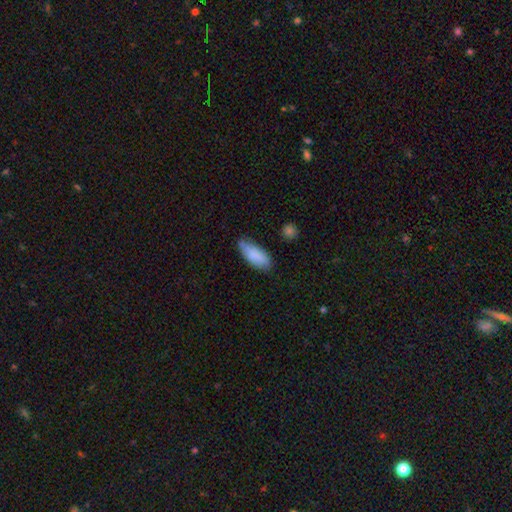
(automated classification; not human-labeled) Smooth or featured? Predicted: smooth (p=0.85). How rounded? Predicted: in between (p=0.82). Merging? Predicted: none (p=0.63).